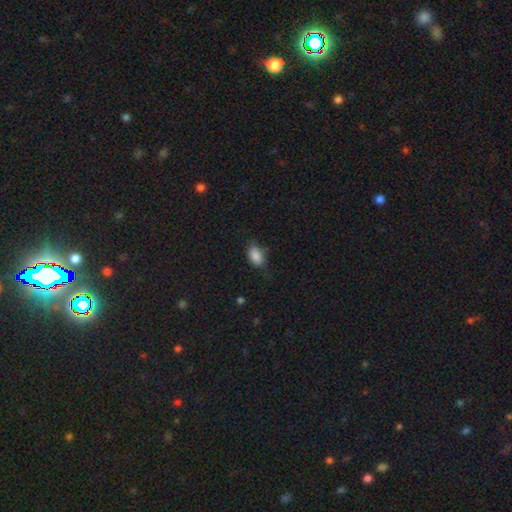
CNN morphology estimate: Smooth or featured: smooth — 86% (star or artifact — 8%)
How rounded: in between — 89% (round — 8%)
Merging: none — 66% (minor disturbance — 26%)